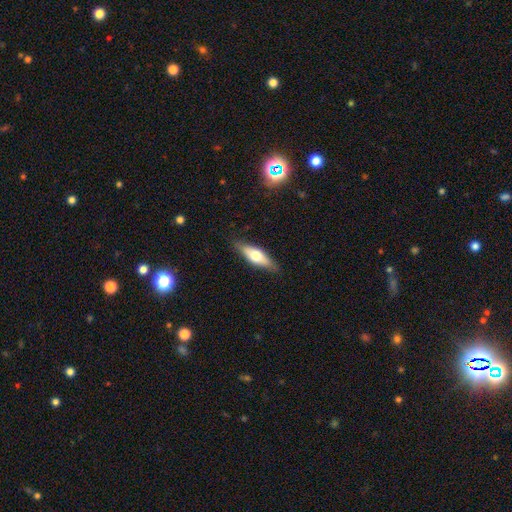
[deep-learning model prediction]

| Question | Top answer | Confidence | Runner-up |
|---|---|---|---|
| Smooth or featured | smooth | 56% | featured or disk (38%) |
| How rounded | in between | 57% | cigar-shaped (41%) |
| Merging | none | 83% | minor disturbance (13%) |